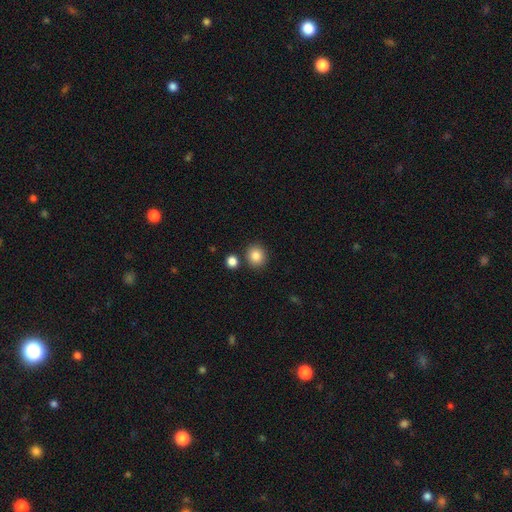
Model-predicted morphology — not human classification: Smooth or featured? Predicted: smooth (p=0.85). How rounded? Predicted: round (p=0.81). Merging? Predicted: none (p=0.83).